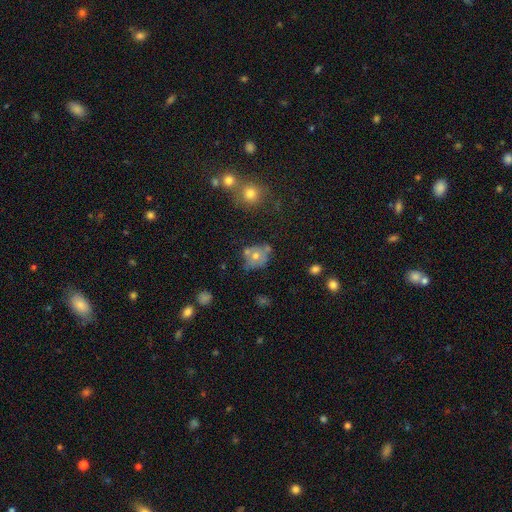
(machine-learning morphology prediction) Smooth or featured: smooth — 54% (featured or disk — 30%)
How rounded: round — 60% (in between — 39%)
Merging: none — 52% (minor disturbance — 23%)